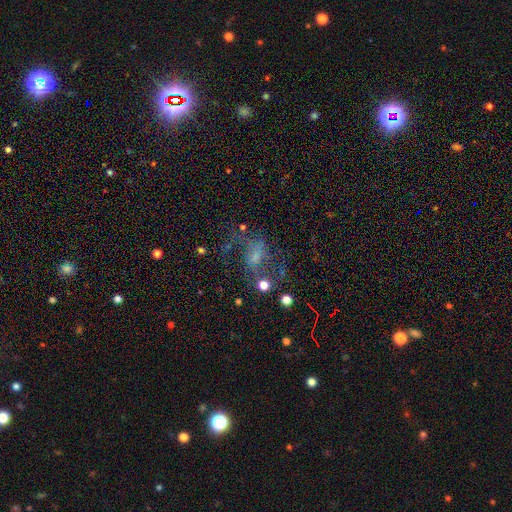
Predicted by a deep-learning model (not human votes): Q: Smooth or featured?
A: featured or disk (53%); runner-up: smooth (25%)
Q: Edge-on disk?
A: no (96%); runner-up: yes (4%)
Q: Bar?
A: no (52%); runner-up: weak (37%)
Q: Spiral arms?
A: yes (63%); runner-up: no (37%)
Q: Bulge size?
A: small (40%); runner-up: none (27%)
Q: Merging?
A: none (40%); runner-up: major disturbance (34%)